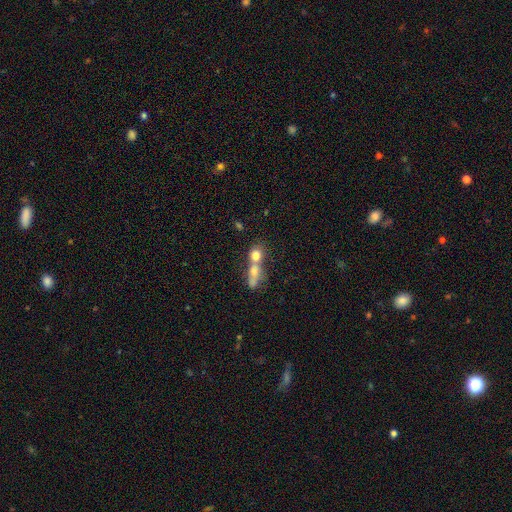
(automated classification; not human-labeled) Smooth or featured? smooth (71%)
How rounded? round (61%)
Merging? merger (64%)